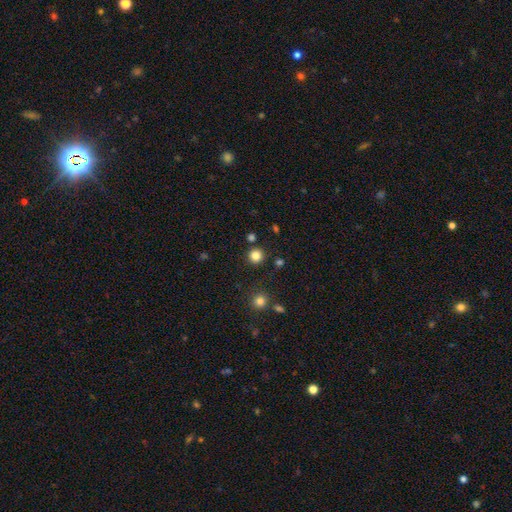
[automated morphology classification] A smooth galaxy with no disk features (83%) that is round (94%). Merging: none (88%).